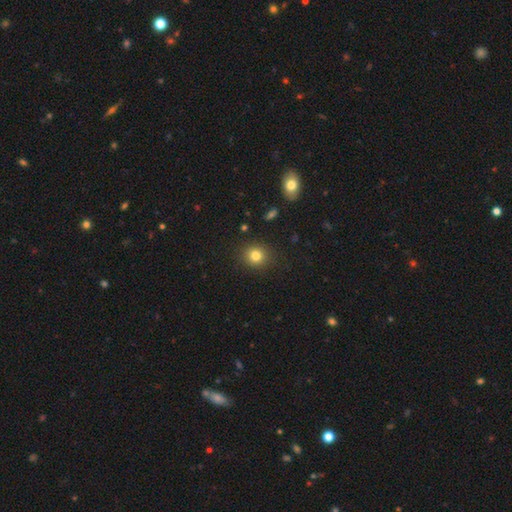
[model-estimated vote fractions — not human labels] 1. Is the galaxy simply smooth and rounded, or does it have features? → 82% smooth, 12% star or artifact, 7% featured or disk.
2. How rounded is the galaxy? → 84% round, 15% in between, 1% cigar-shaped.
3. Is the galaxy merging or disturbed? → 89% none, 7% minor disturbance, 2% major disturbance, 1% merger.